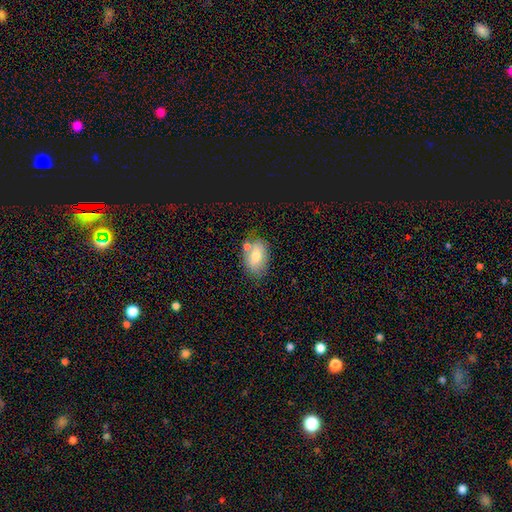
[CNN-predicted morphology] A smooth galaxy with no disk features (69%) that is in between round and cigar-shaped (88%). Merging: none (58%).